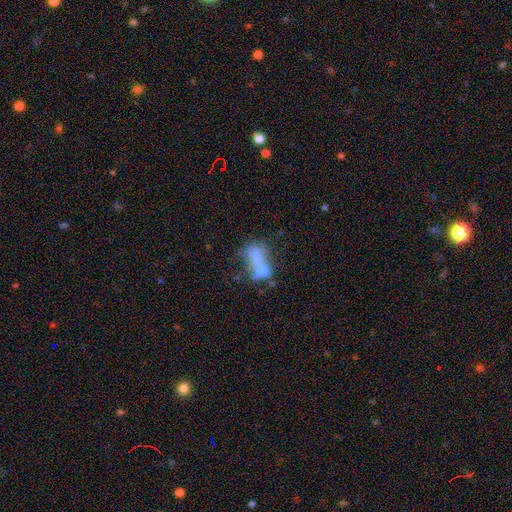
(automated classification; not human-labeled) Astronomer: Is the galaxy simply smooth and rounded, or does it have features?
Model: smooth — 56% (runner-up: featured or disk, 32%).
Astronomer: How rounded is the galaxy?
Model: in between — 75%.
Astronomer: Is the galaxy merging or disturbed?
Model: merger — 62%.